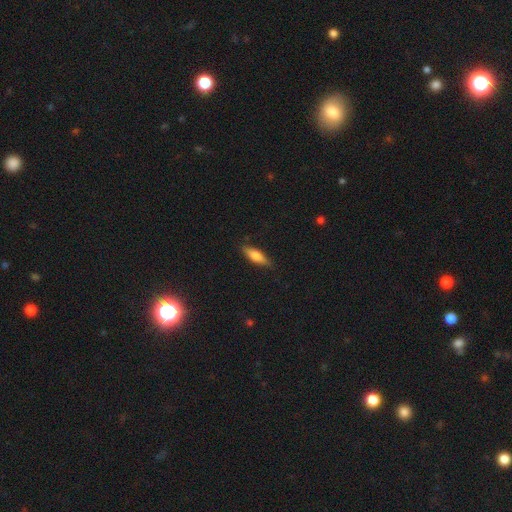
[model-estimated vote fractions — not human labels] smooth 68%, featured or disk 25%, star or artifact 6%. Down the decision tree: how rounded — cigar-shaped (52%); merging — none (85%).